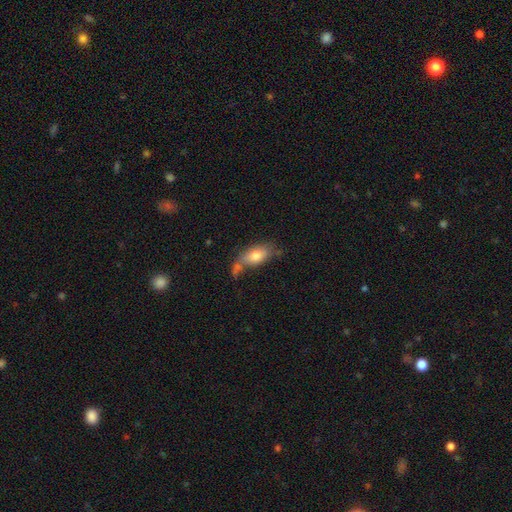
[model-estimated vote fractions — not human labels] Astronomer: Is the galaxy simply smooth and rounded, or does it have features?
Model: smooth — 73%.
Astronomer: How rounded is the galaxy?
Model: in between — 82%.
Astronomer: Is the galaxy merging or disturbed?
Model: none — 44% (runner-up: merger, 25%).